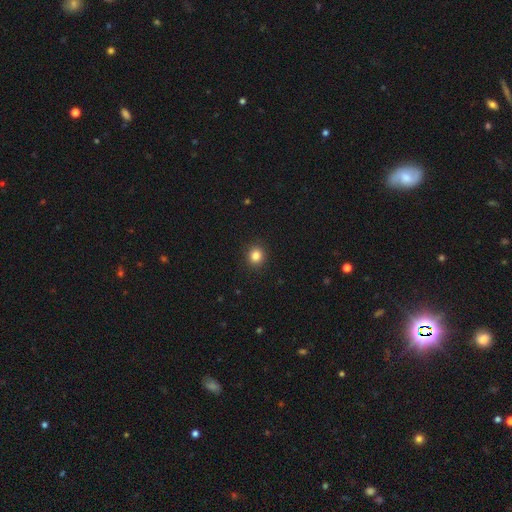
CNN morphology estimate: smooth_or_featured: smooth (p=0.84) [alt: star or artifact p=0.11]
how_rounded: round (p=0.85) [alt: in between p=0.14]
merging: none (p=0.92) [alt: minor disturbance p=0.05]